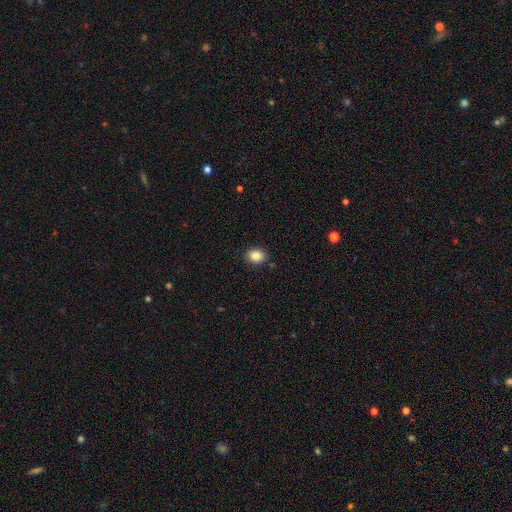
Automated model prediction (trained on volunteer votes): Smooth or featured: smooth — 87% (star or artifact — 9%)
How rounded: round — 50% (in between — 49%)
Merging: none — 88% (minor disturbance — 9%)